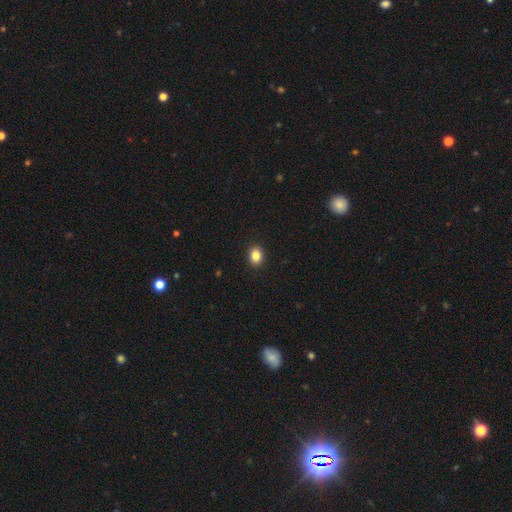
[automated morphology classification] Overall: smooth (85%). How rounded: in between (54%; round 45%). Merging: none (92%).